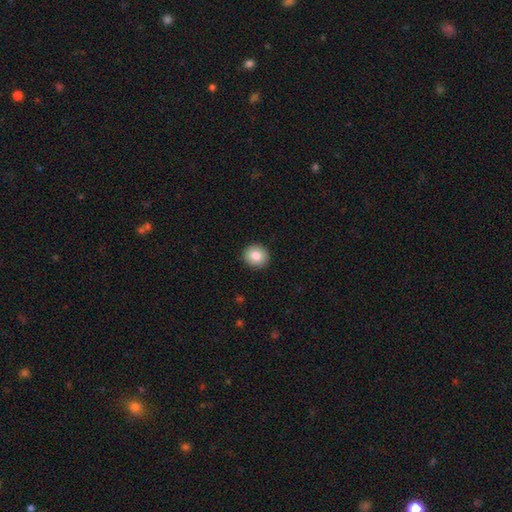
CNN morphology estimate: Q: Smooth or featured?
A: smooth (82%); runner-up: featured or disk (10%)
Q: How rounded?
A: round (88%); runner-up: in between (11%)
Q: Merging?
A: none (92%); runner-up: minor disturbance (6%)